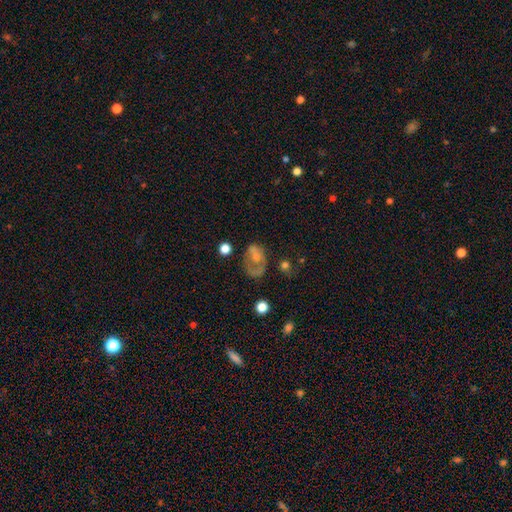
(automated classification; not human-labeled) This appears to be a smooth galaxy with no disk features (50%) that is in between round and cigar-shaped (71%). Merging: none (39%).